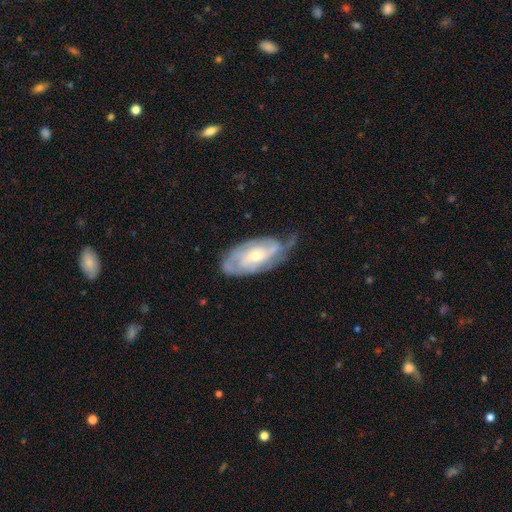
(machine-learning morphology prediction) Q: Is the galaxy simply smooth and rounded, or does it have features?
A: featured or disk — 81%.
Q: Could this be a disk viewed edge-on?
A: no — 93%.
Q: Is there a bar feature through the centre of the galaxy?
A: no — 59%.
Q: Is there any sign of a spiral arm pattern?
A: yes — 93%.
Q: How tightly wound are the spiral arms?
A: tight — 56%.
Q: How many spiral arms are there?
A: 2 — 34%.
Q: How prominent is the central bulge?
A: small — 51%.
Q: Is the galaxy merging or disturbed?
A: none — 59%.